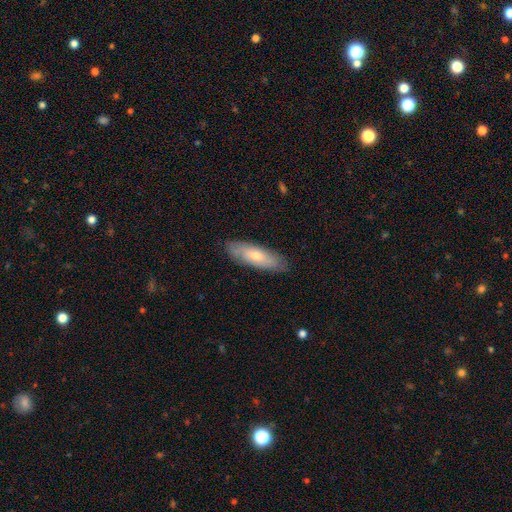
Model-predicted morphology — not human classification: Smooth or featured: smooth — 65% (featured or disk — 30%)
How rounded: in between — 52% (cigar-shaped — 46%)
Merging: none — 85% (minor disturbance — 12%)